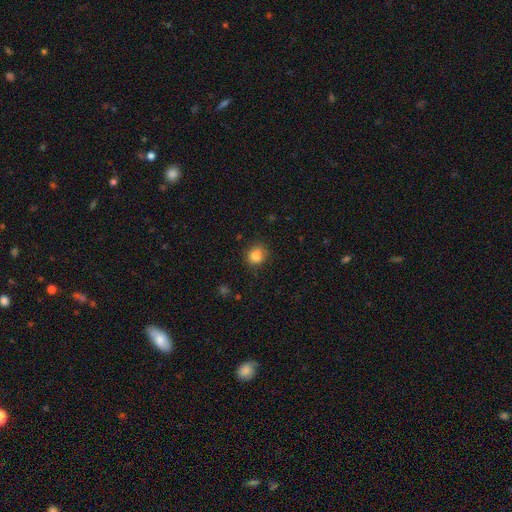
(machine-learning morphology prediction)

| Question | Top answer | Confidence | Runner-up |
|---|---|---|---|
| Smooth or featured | smooth | 85% | star or artifact (10%) |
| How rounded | round | 73% | in between (26%) |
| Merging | none | 79% | minor disturbance (16%) |